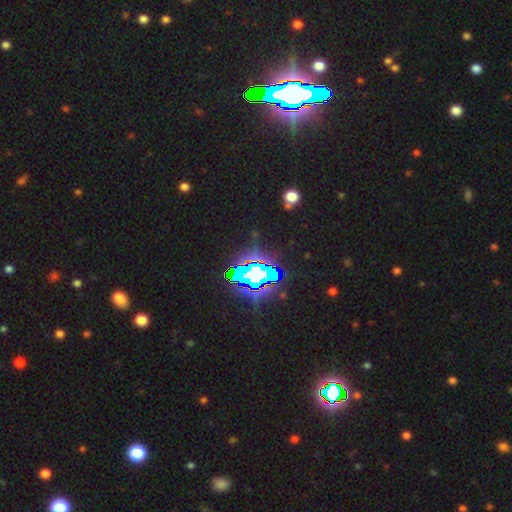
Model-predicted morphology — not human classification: smooth-or-featured: star or artifact: 75% | smooth: 13% | featured or disk: 12%